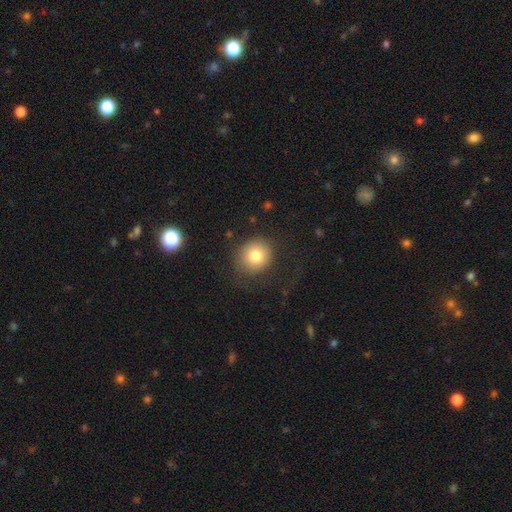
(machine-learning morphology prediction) smooth 80%, star or artifact 10%, featured or disk 10%. Down the decision tree: how rounded — round (86%); merging — none (76%).